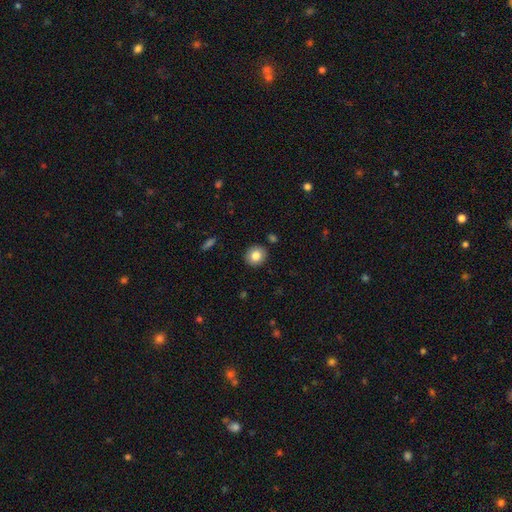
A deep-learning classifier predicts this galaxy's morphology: Smooth or featured? smooth (82%)
How rounded? round (83%)
Merging? none (89%)